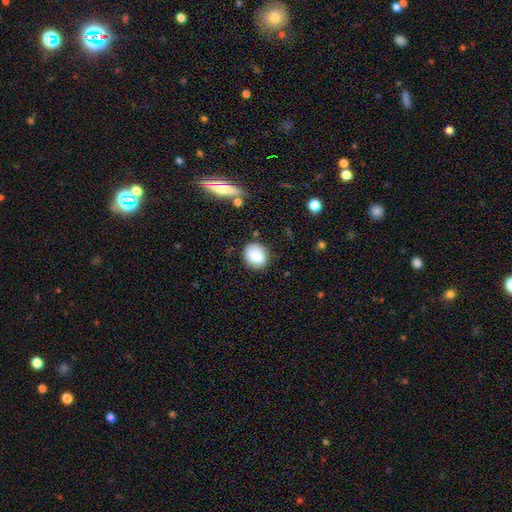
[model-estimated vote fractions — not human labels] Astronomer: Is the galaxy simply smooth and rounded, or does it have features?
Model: smooth — 83%.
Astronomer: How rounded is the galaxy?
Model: round — 63%.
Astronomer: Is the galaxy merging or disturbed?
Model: none — 80%.